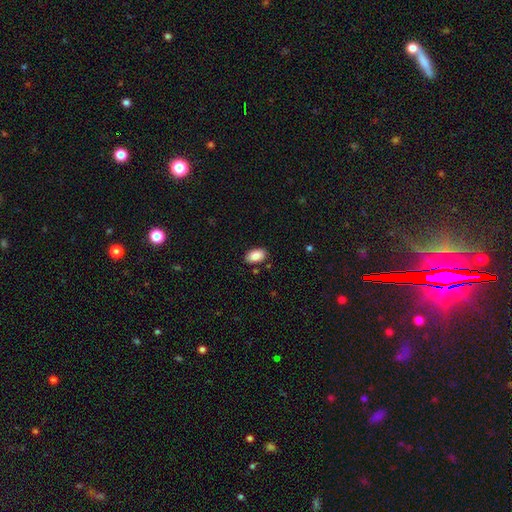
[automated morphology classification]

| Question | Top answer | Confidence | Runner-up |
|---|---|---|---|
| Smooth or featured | smooth | 87% | star or artifact (7%) |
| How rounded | in between | 93% | round (5%) |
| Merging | none | 85% | minor disturbance (10%) |